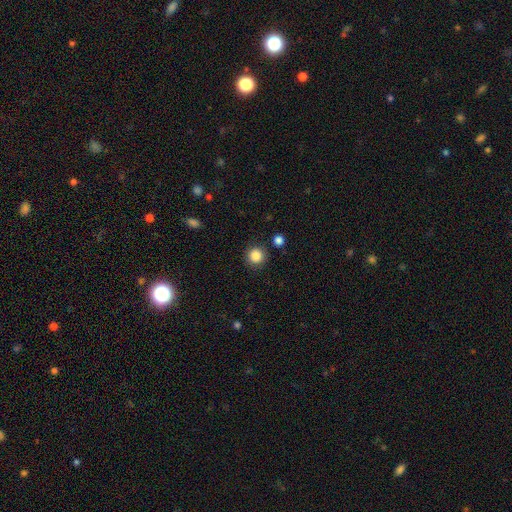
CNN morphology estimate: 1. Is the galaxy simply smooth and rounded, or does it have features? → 86% smooth, 10% star or artifact, 3% featured or disk.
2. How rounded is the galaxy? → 94% round, 5% in between, 1% cigar-shaped.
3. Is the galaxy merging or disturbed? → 89% none, 6% minor disturbance, 3% merger, 2% major disturbance.